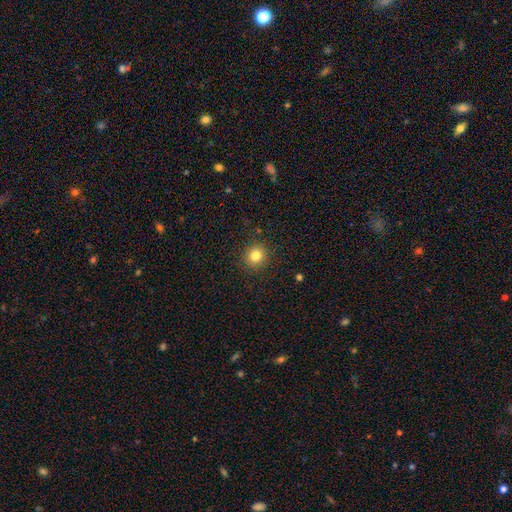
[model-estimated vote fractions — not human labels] Smooth or featured?
  - smooth: 82% *
  - star or artifact: 12%
  - featured or disk: 6%
How rounded?
  - round: 88% *
  - in between: 11%
  - cigar-shaped: 1%
Merging?
  - none: 90% *
  - minor disturbance: 7%
  - major disturbance: 2%
  - merger: 1%